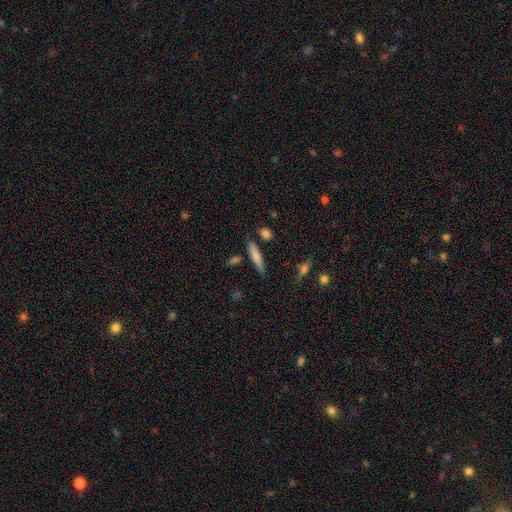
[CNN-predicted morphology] Smooth or featured? Predicted: smooth (p=0.73). How rounded? Predicted: cigar-shaped (p=0.88). Merging? Predicted: none (p=0.81).